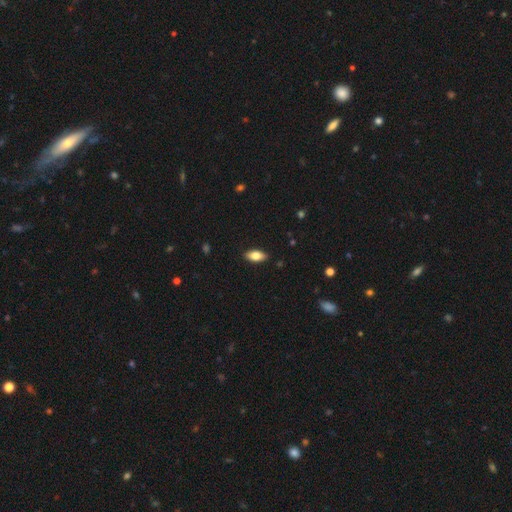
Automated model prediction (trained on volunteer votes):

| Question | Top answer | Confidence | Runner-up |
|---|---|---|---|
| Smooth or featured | smooth | 79% | featured or disk (14%) |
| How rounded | in between | 89% | cigar-shaped (9%) |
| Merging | none | 88% | minor disturbance (9%) |